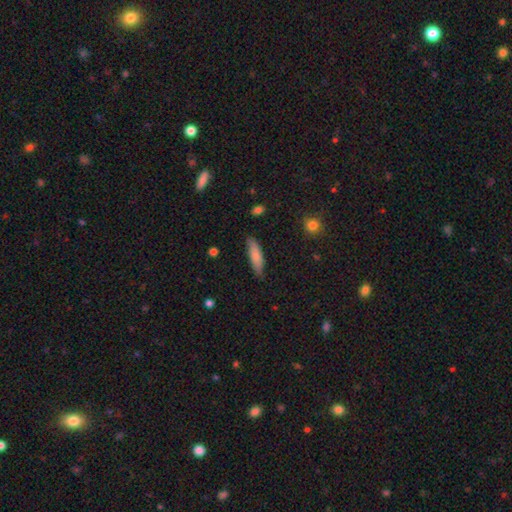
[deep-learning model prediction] smooth_or_featured: smooth (p=0.80) [alt: featured or disk p=0.14]
how_rounded: cigar-shaped (p=0.60) [alt: in between p=0.38]
merging: none (p=0.78) [alt: minor disturbance p=0.17]